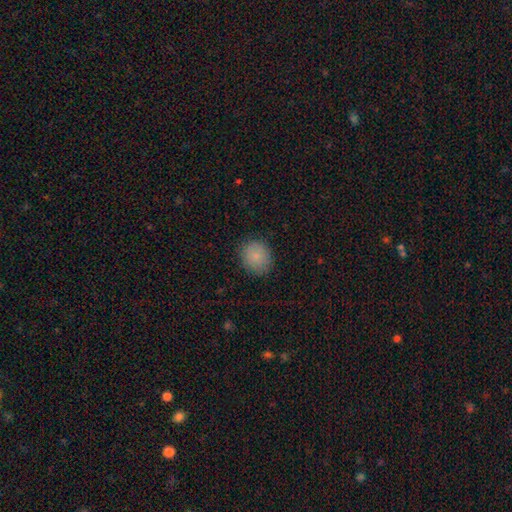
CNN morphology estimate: This appears to be a smooth galaxy with no disk features (85%) that is round (76%). Merging: none (86%).